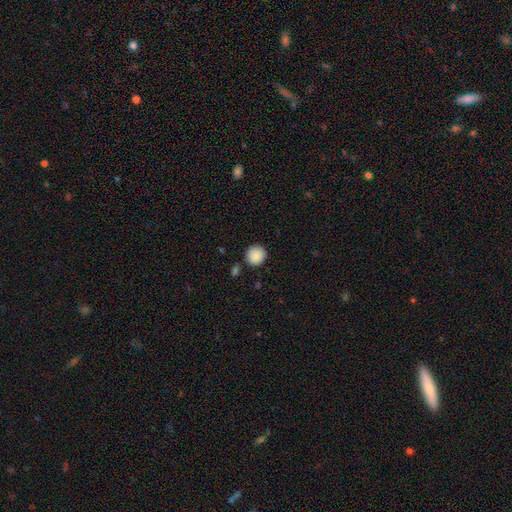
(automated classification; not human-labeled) The model was most divided on "merging": none: 88%, minor disturbance: 8%, merger: 2%, major disturbance: 2%. More confident: how rounded — round (94%); smooth or featured — smooth (89%).